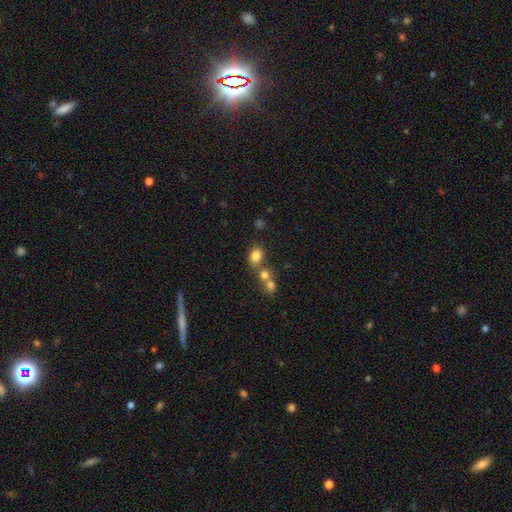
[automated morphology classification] Smooth or featured: smooth — 79% (star or artifact — 13%)
How rounded: in between — 50% (round — 49%)
Merging: none — 53% (merger — 32%)